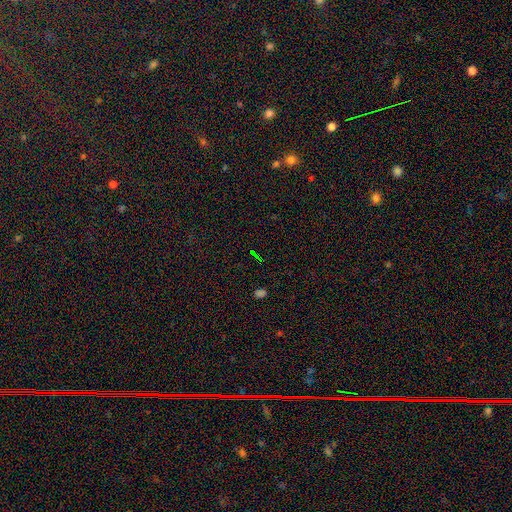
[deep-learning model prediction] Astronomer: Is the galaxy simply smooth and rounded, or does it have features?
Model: star or artifact — 72%.